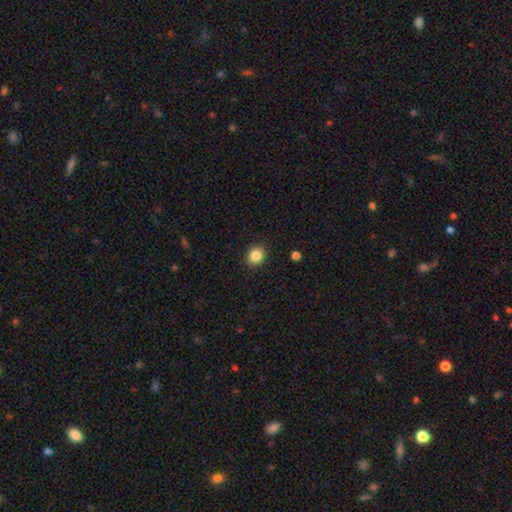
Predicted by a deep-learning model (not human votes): The model was most divided on "how rounded": round: 59%, in between: 40%, cigar-shaped: 1%. More confident: merging — none (90%); smooth or featured — smooth (85%).